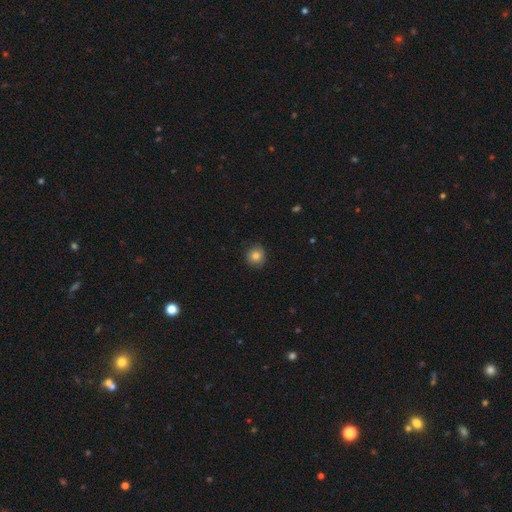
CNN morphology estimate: smooth 83%, star or artifact 10%, featured or disk 8%. Down the decision tree: how rounded — round (90%); merging — none (84%).